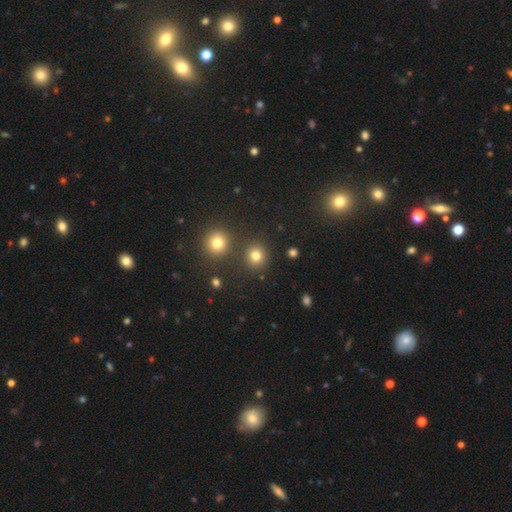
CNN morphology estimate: A smooth galaxy with no disk features (79%) that is round (89%). Merging: none (84%).